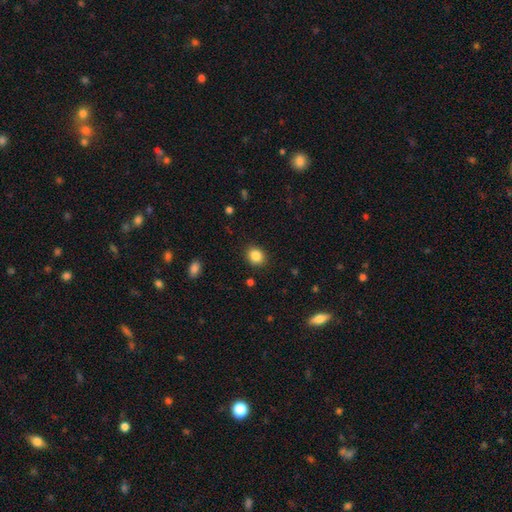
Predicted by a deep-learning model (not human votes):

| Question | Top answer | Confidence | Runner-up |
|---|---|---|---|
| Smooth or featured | smooth | 85% | star or artifact (10%) |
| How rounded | round | 67% | in between (32%) |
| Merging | none | 89% | minor disturbance (8%) |